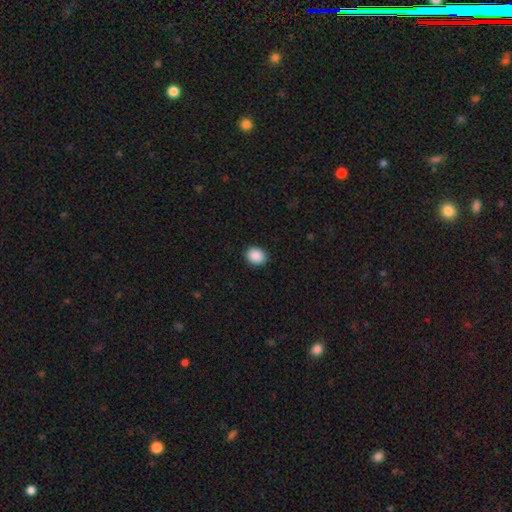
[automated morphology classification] This appears to be a smooth galaxy with no disk features (90%) that is round (51%). Merging: none (90%).